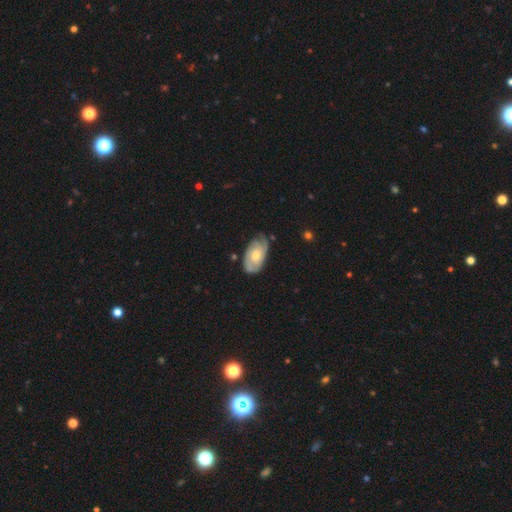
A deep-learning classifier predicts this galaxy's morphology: Smooth or featured? featured or disk (70%)
Edge-on disk? no (95%)
Bar? no (76%)
Spiral arms? yes (90%)
Spiral winding? tight (65%)
Spiral arm count? 2 (37%)
Bulge size? moderate (64%)
Merging? none (66%)